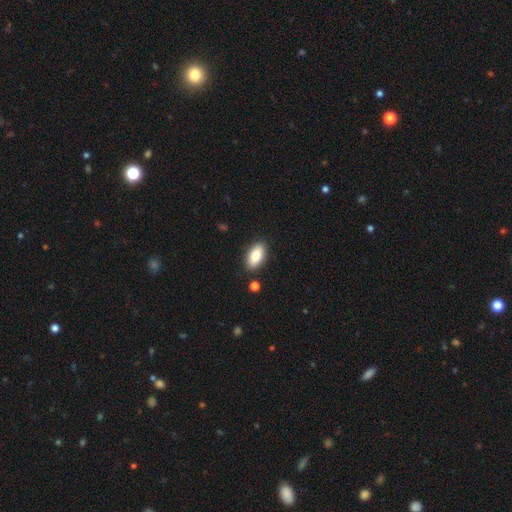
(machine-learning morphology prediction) A smooth galaxy with no disk features (82%) that is in between round and cigar-shaped (92%). Merging: none (87%).